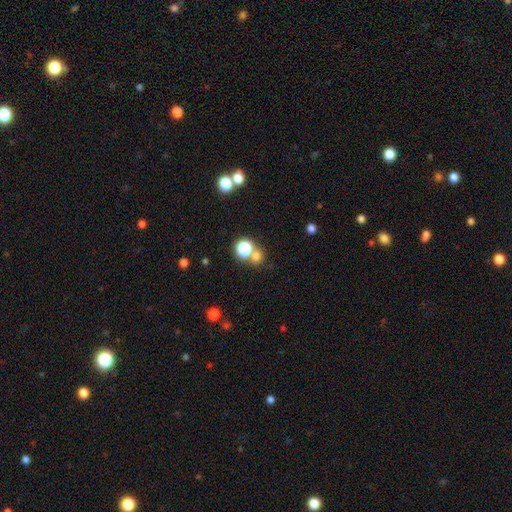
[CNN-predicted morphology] This appears to be a smooth galaxy with no disk features (66%) that is round (81%). Merging: none (56%).